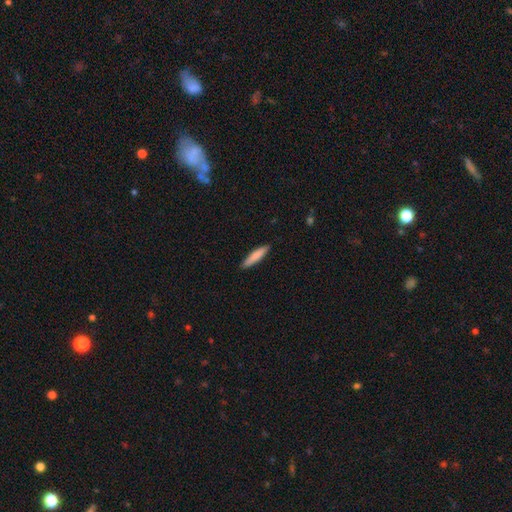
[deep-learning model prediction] Overall: smooth (82%). How rounded: cigar-shaped (85%). Merging: none (88%).